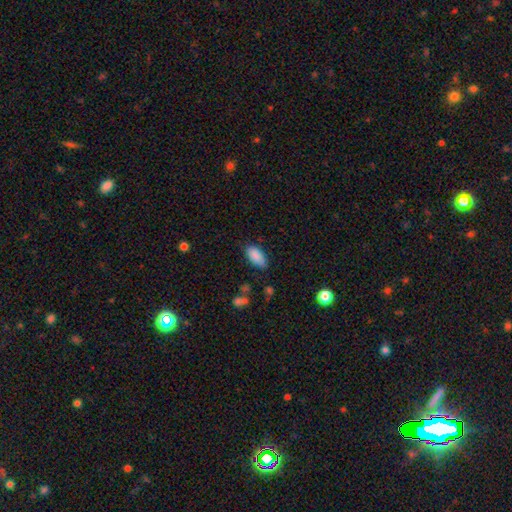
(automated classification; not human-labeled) Smooth or featured? Predicted: smooth (p=0.88). How rounded? Predicted: in between (p=0.92). Merging? Predicted: none (p=0.76).